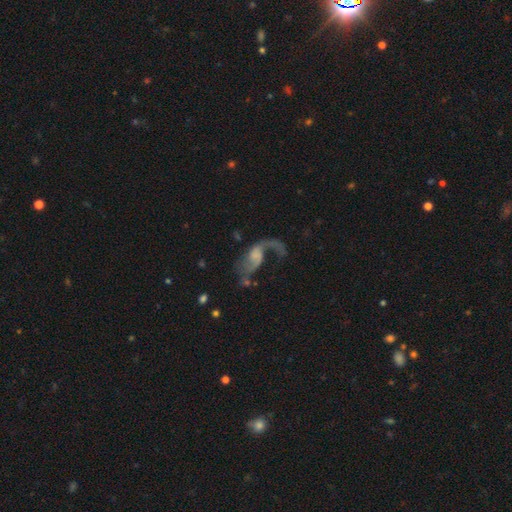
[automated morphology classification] Overall: featured or disk (79%). Edge-on disk: no (97%). Bar: no (56%; weak 35%). Spiral arms: yes (90%). Spiral arm count: 2 (73%). Spiral winding: loose (85%). Bulge size: none (45%; small 29%). Merging: none (37%, tied with major disturbance).